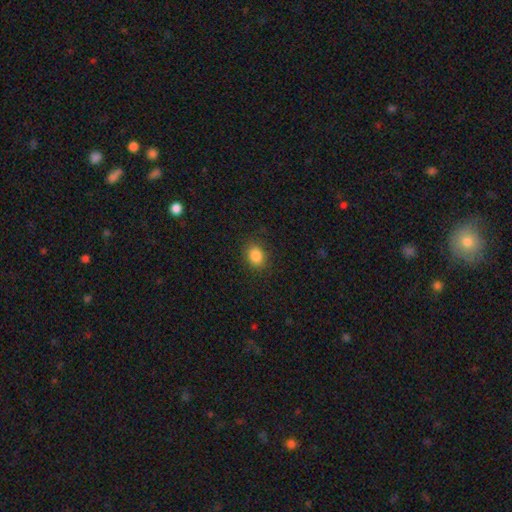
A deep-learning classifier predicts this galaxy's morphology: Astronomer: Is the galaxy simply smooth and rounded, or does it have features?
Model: smooth — 86%.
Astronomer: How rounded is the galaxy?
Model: in between — 52% (runner-up: round, 47%).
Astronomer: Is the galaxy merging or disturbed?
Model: none — 86%.